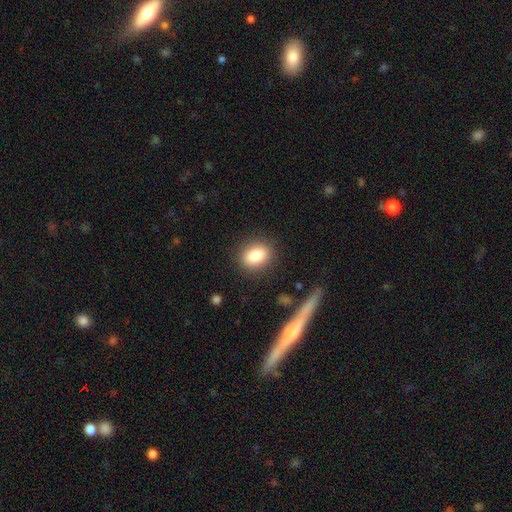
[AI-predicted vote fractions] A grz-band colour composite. It shows a smooth galaxy with no disk features (82%) that is in between round and cigar-shaped (63%). Merging: none (86%).